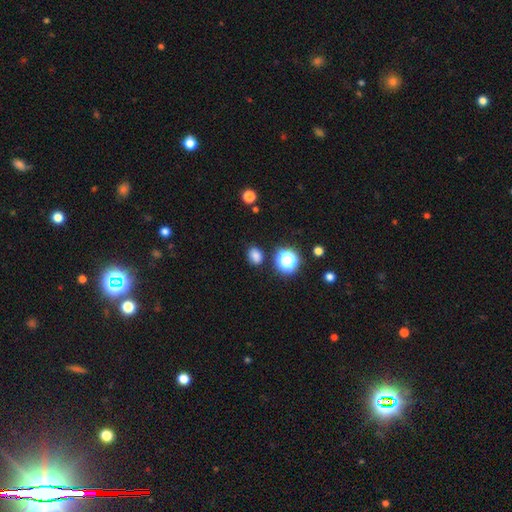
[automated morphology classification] The model was most divided on "how rounded": in between: 56%, round: 43%, cigar-shaped: 1%. More confident: merging — none (81%); smooth or featured — smooth (78%).